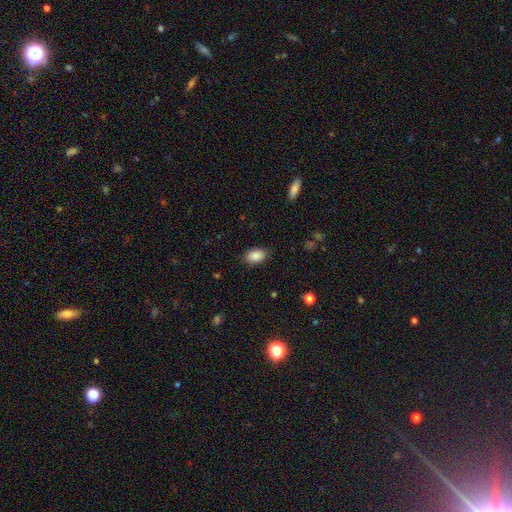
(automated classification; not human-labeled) This appears to be a smooth galaxy with no disk features (88%) that is in between round and cigar-shaped (91%). Merging: none (85%).